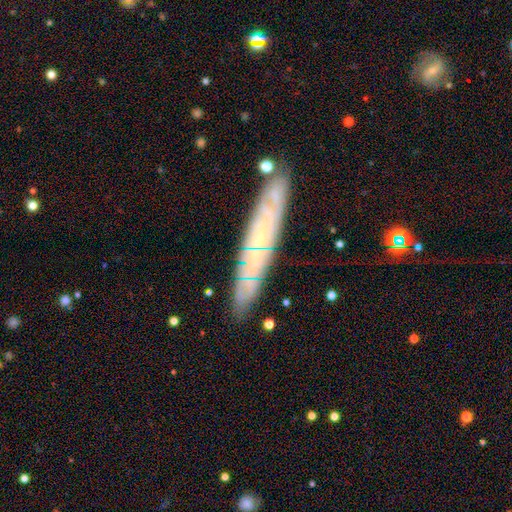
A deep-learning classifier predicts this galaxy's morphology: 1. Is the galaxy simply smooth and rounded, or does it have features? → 54% featured or disk, 35% smooth, 11% star or artifact.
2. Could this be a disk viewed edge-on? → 51% no, 49% yes.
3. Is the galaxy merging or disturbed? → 83% none, 11% minor disturbance, 3% merger, 3% major disturbance.